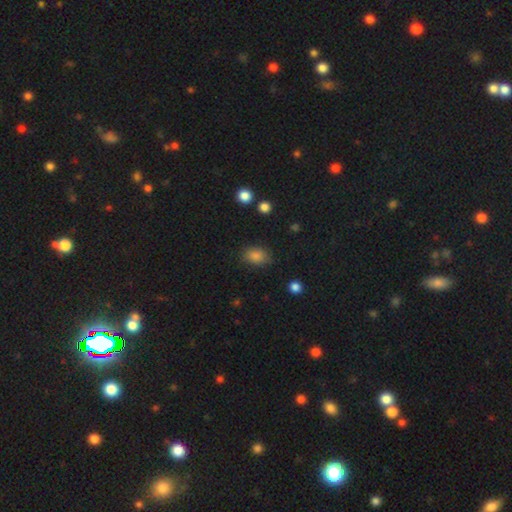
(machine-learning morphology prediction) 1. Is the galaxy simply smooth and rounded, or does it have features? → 84% smooth, 11% star or artifact, 5% featured or disk.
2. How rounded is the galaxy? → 73% in between, 26% round, 1% cigar-shaped.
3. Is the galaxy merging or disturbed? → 77% none, 17% minor disturbance, 4% major disturbance, 2% merger.